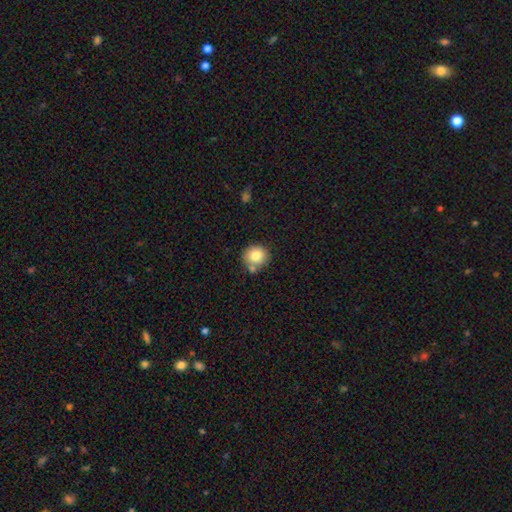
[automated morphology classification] A smooth galaxy with no disk features (81%) that is round (88%). Merging: none (66%).